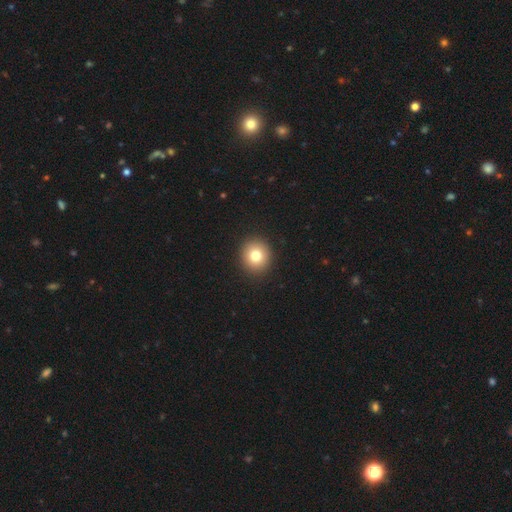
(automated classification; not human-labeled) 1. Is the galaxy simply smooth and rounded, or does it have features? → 79% smooth, 11% star or artifact, 10% featured or disk.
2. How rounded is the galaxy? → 90% round, 9% in between, 1% cigar-shaped.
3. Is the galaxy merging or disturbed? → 93% none, 5% minor disturbance, 2% major disturbance, 1% merger.